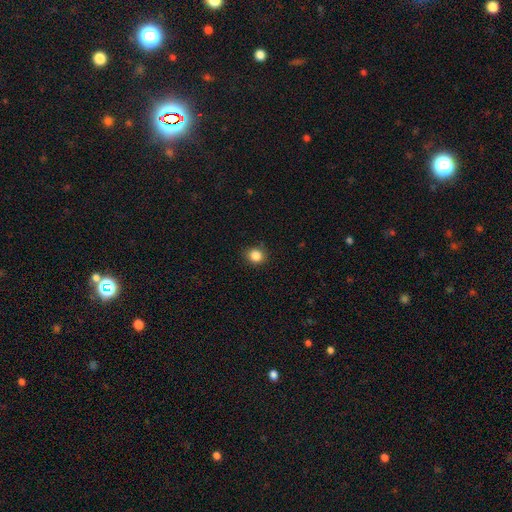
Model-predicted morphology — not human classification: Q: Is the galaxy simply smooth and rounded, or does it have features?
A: smooth — 85%.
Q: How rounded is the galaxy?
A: round — 79%.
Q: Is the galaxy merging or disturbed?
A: none — 86%.